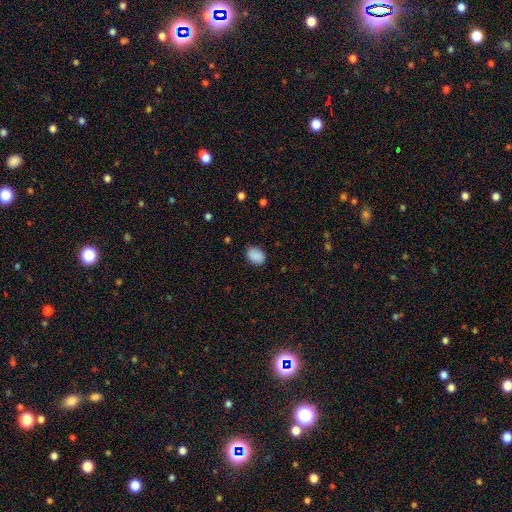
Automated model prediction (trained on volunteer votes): A smooth galaxy with no disk features (89%) that is in between round and cigar-shaped (73%).

Vote fractions:
- Smooth or featured? smooth: 89% / star or artifact: 8% / featured or disk: 3%
- How rounded? in between: 73% / round: 26% / cigar-shaped: 1%
- Merging? none: 84% / minor disturbance: 12% / major disturbance: 3% / merger: 1%